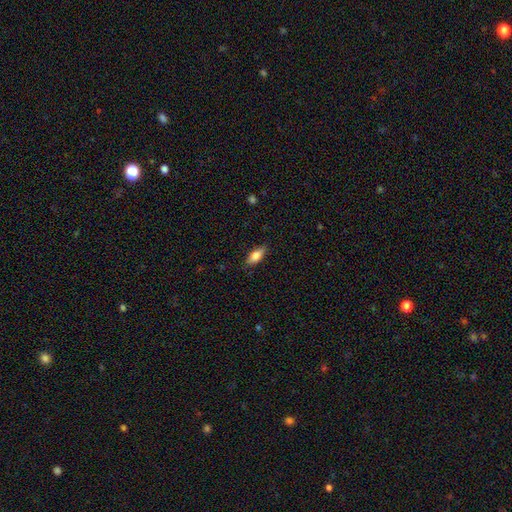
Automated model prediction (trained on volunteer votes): Morphology: type=smooth (76%); roundness=in between (77%); merging=none (84%).